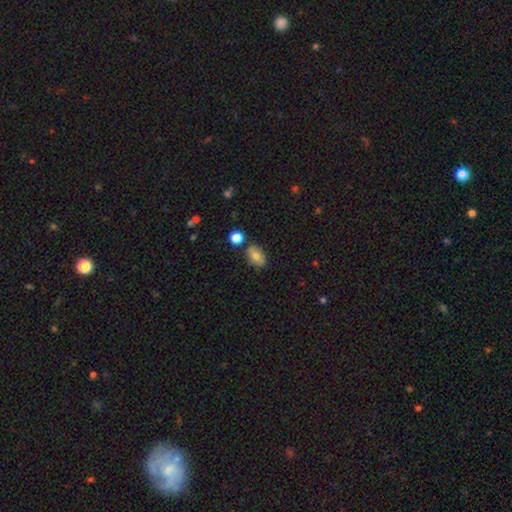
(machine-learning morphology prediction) smooth_or_featured: smooth (p=0.77) [alt: featured or disk p=0.13]
how_rounded: in between (p=0.87) [alt: round p=0.11]
merging: none (p=0.81) [alt: minor disturbance p=0.12]